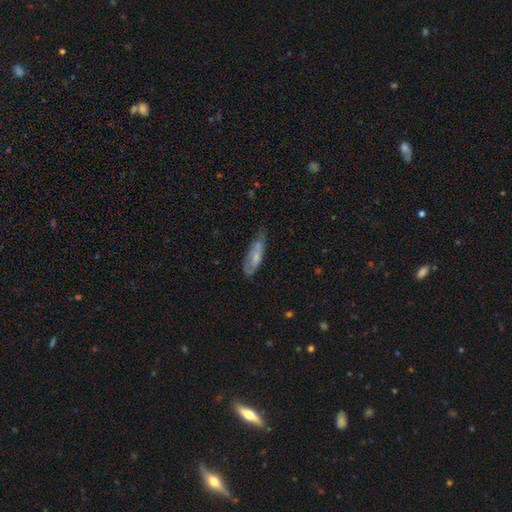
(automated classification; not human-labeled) smooth_or_featured: smooth (p=0.54) [alt: featured or disk p=0.39]
how_rounded: cigar-shaped (p=0.51) [alt: in between p=0.47]
merging: none (p=0.47) [alt: minor disturbance p=0.35]